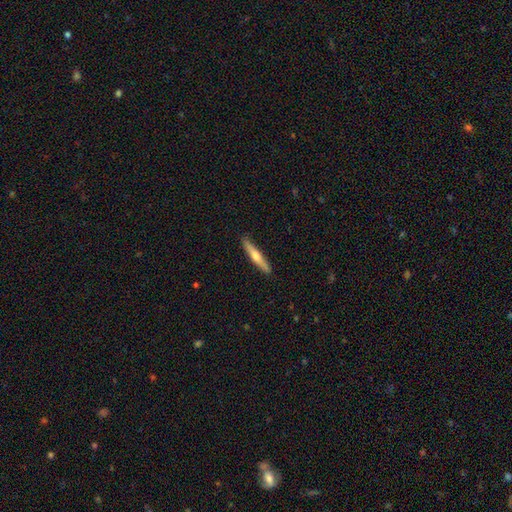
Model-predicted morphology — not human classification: This appears to be a featured or disk galaxy (53%) viewed edge-on (96%) with a rounded central bulge (88%). Merging: none (91%).